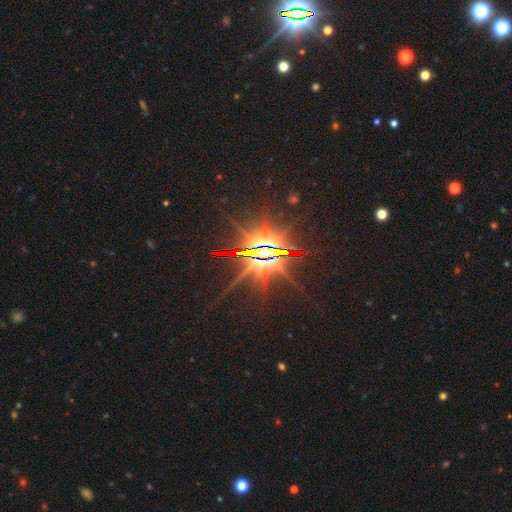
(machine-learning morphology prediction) Q: Smooth or featured?
A: star or artifact (86%); runner-up: featured or disk (8%)